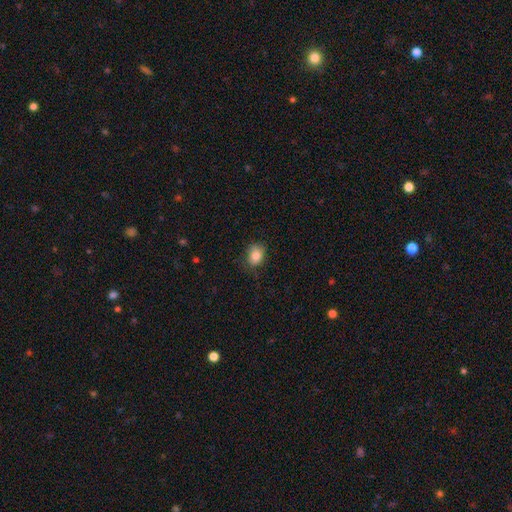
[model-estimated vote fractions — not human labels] Overall: smooth (84%). How rounded: in between (60%; round 39%). Merging: none (71%).